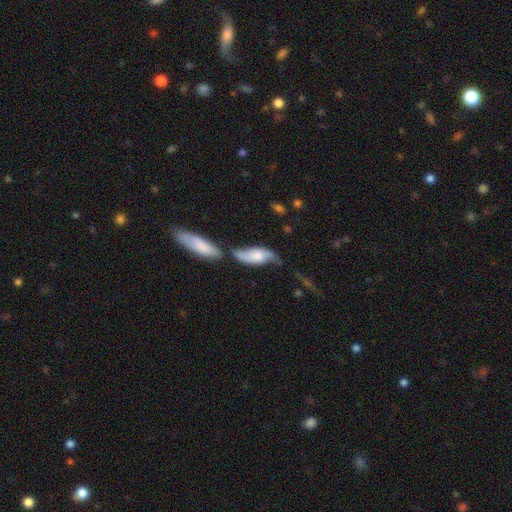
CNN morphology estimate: A featured or disk galaxy (47%).

Vote fractions:
- Smooth or featured? featured or disk: 47% / smooth: 46% / star or artifact: 7%
- Merging? none: 34% / merger: 31% / minor disturbance: 23% / major disturbance: 13%